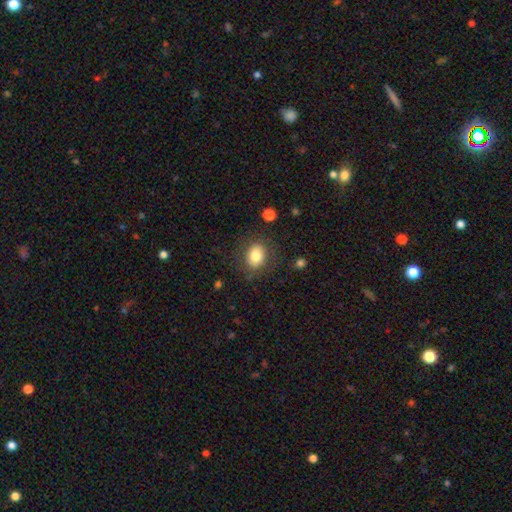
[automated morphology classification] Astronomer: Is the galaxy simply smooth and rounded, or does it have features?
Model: smooth — 79%.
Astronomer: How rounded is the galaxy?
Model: in between — 54% (runner-up: round, 45%).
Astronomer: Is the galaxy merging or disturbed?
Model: none — 80%.